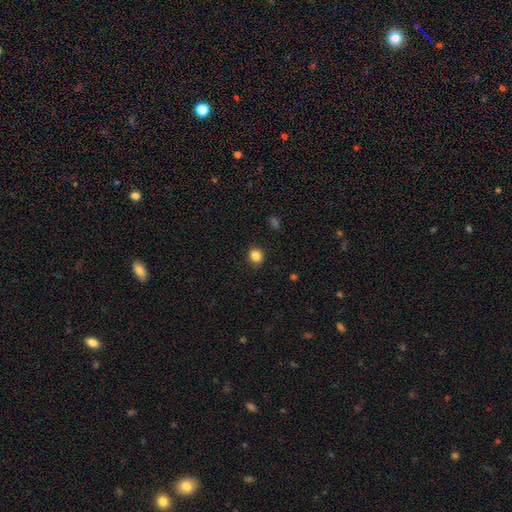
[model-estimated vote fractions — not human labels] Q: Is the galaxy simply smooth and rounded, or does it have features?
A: smooth — 85%.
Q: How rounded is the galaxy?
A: round — 73%.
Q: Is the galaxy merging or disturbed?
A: none — 87%.